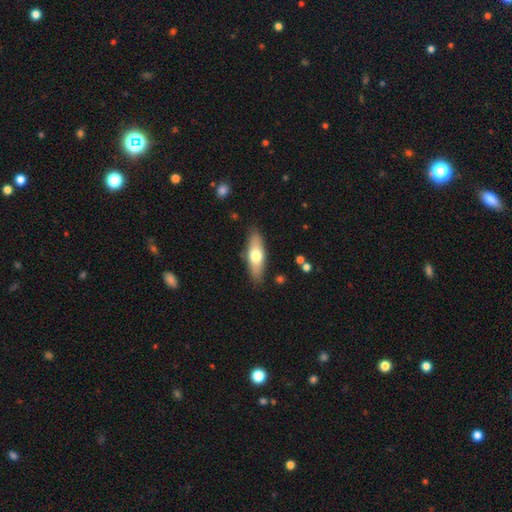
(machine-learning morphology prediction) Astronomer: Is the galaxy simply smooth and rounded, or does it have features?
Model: smooth — 62%.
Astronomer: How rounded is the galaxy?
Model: in between — 56% (runner-up: cigar-shaped, 42%).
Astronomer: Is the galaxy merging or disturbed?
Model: none — 85%.